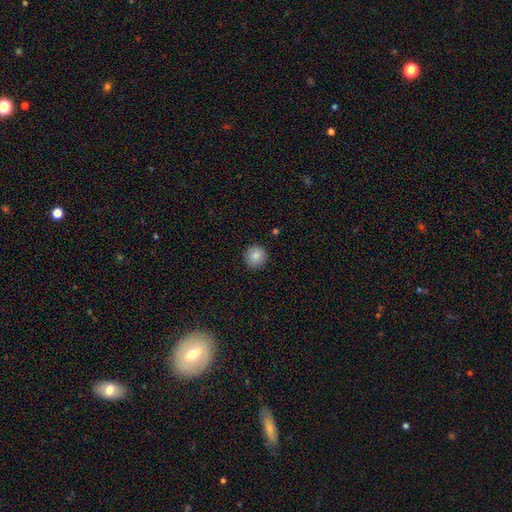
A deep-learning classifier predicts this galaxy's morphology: Smooth or featured? smooth (86%)
How rounded? round (94%)
Merging? none (91%)